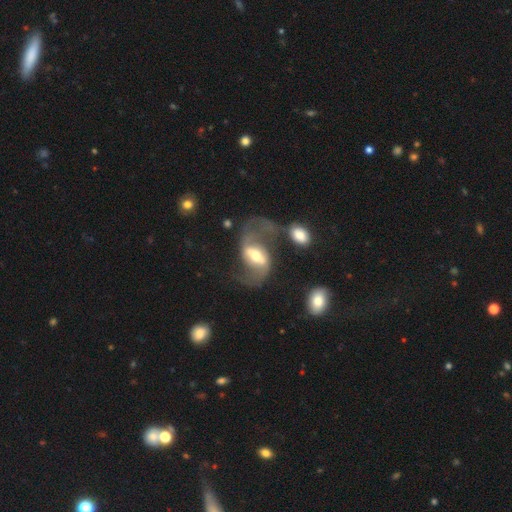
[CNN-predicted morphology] featured or disk 82%, smooth 12%, star or artifact 6%. Down the decision tree: edge-on disk — no (95%); bar — strong (55%); spiral arms — yes (90%); spiral arm count — 2 (91%); spiral winding — loose (62%); bulge size — moderate (59%); merging — none (52%).